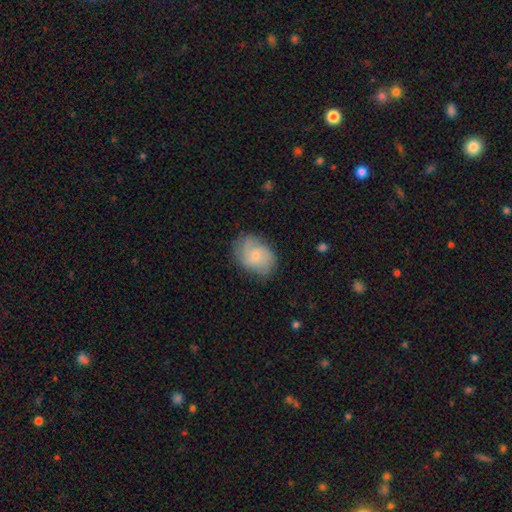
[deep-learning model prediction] A featured or disk galaxy (51%).

Vote fractions:
- Smooth or featured? featured or disk: 51% / smooth: 42% / star or artifact: 7%
- Edge-on disk? no: 97% / yes: 3%
- Merging? none: 70% / minor disturbance: 21% / major disturbance: 8% / merger: 1%